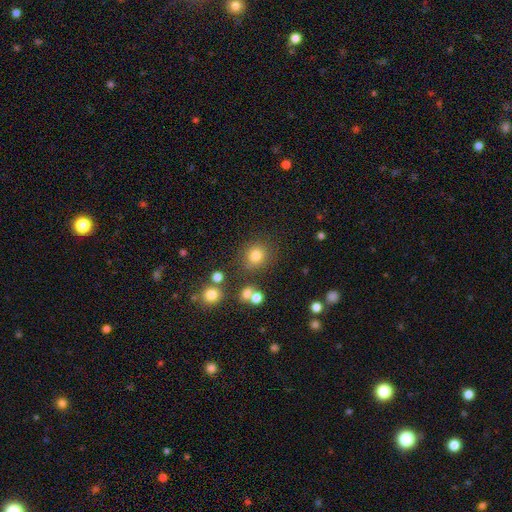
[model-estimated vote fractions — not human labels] Morphology: type=smooth (78%); roundness=round (86%); merging=none (78%).